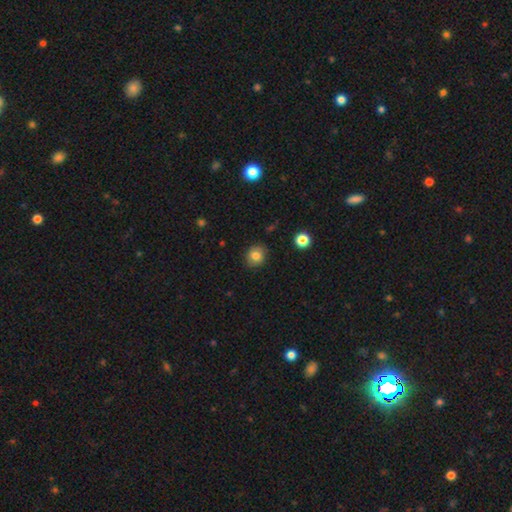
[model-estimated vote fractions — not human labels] Smooth or featured: smooth — 80% (star or artifact — 11%)
How rounded: round — 74% (in between — 25%)
Merging: none — 85% (minor disturbance — 12%)